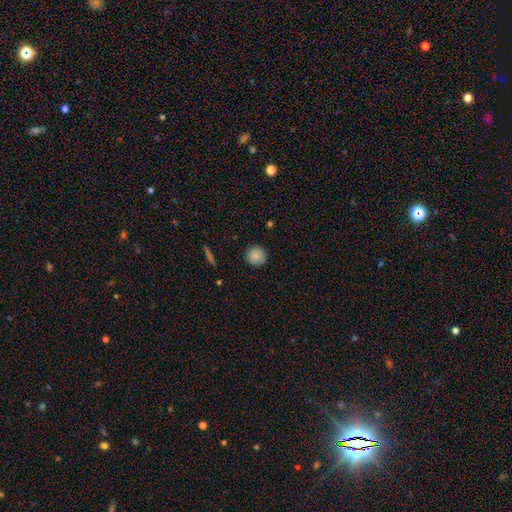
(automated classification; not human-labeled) smooth-or-featured: smooth: 85% | star or artifact: 8% | featured or disk: 7%
  how-rounded: round: 95% | in between: 4% | cigar-shaped: 1%
  merging: none: 90% | minor disturbance: 7% | major disturbance: 2% | merger: 1%